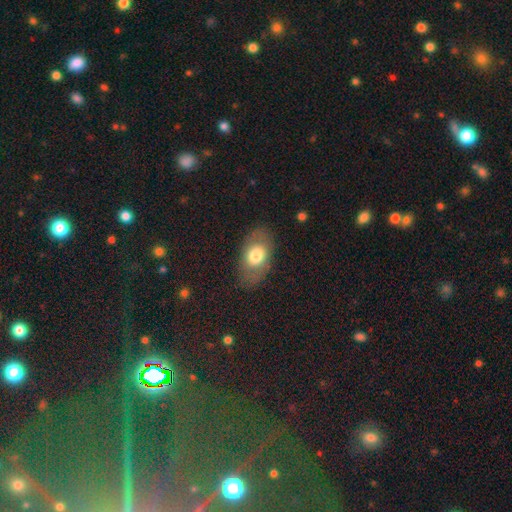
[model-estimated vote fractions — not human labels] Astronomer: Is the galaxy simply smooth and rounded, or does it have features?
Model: smooth — 69%.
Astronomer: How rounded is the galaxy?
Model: in between — 87%.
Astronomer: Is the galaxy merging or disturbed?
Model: none — 79%.